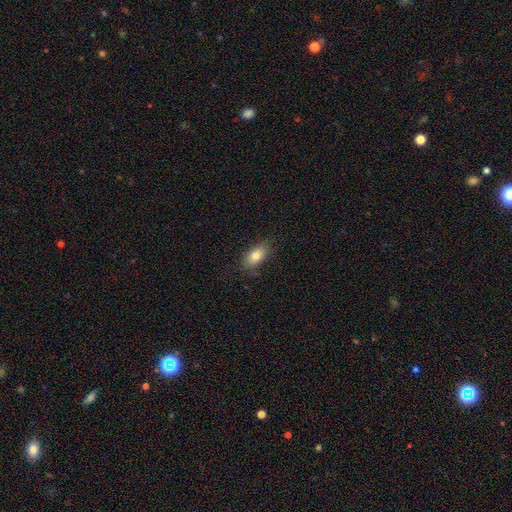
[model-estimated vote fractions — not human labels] Overall: smooth (81%). How rounded: in between (88%). Merging: none (81%).